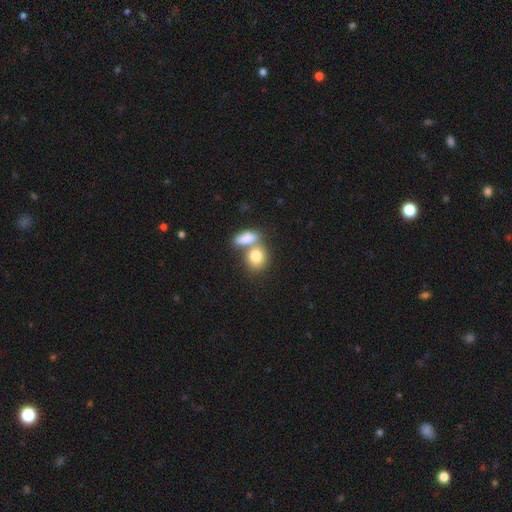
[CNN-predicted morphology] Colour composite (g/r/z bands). It shows a smooth galaxy with no disk features (81%) that is in between round and cigar-shaped (50%). Merging: merger (53%).